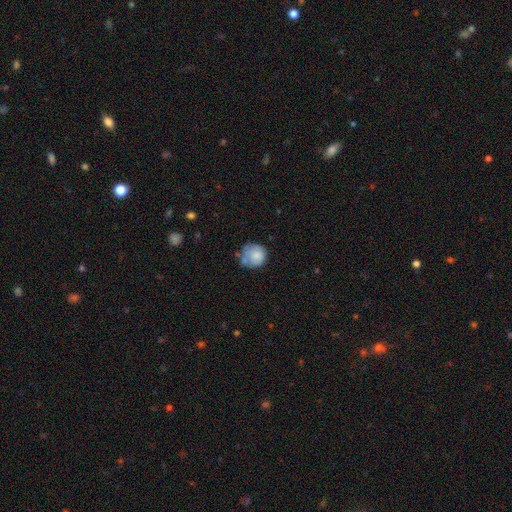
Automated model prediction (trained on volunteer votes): smooth-or-featured: smooth: 73% | featured or disk: 19% | star or artifact: 8%
  how-rounded: round: 85% | in between: 14% | cigar-shaped: 1%
  merging: none: 50% | minor disturbance: 29% | major disturbance: 12% | merger: 10%